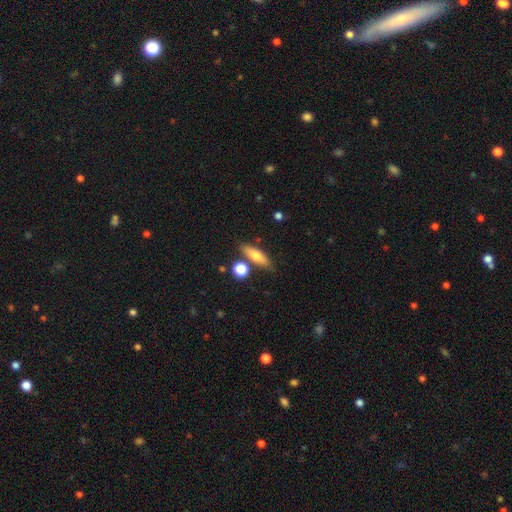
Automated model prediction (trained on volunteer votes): Morphology: type=smooth (64%); roundness=cigar-shaped (54%); merging=none (74%).